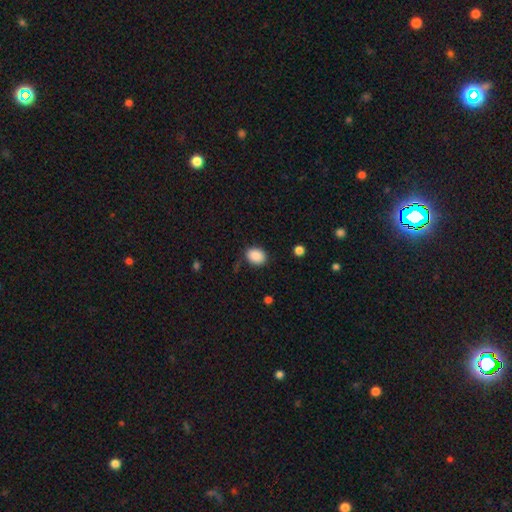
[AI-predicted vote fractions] A smooth galaxy with no disk features (89%) that is in between round and cigar-shaped (63%).

Vote fractions:
- Smooth or featured? smooth: 89% / star or artifact: 8% / featured or disk: 3%
- How rounded? in between: 63% / round: 36% / cigar-shaped: 1%
- Merging? none: 82% / minor disturbance: 13% / major disturbance: 4% / merger: 2%